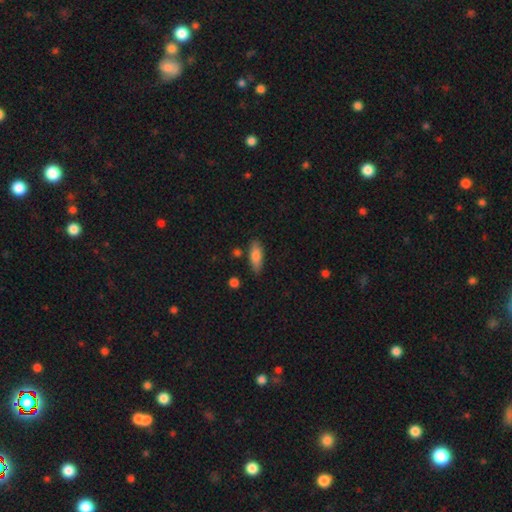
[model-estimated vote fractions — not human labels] Overall: smooth (79%). How rounded: in between (60%; cigar-shaped 38%). Merging: none (81%).